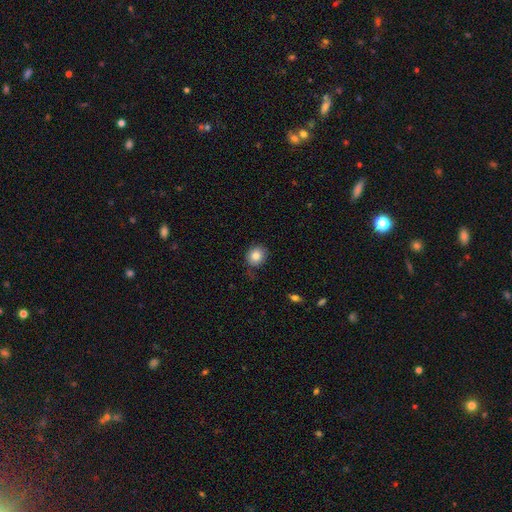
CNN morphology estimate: Smooth or featured? smooth (84%)
How rounded? round (72%)
Merging? none (78%)